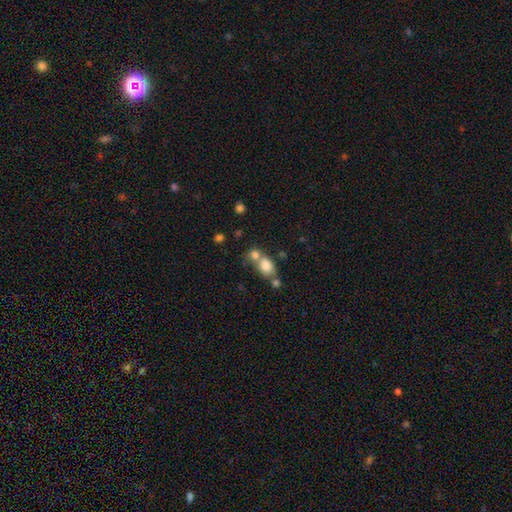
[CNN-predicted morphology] This is likely a smooth galaxy (78%). How rounded: possibly in between (50%). Merging: possibly merger (48%).